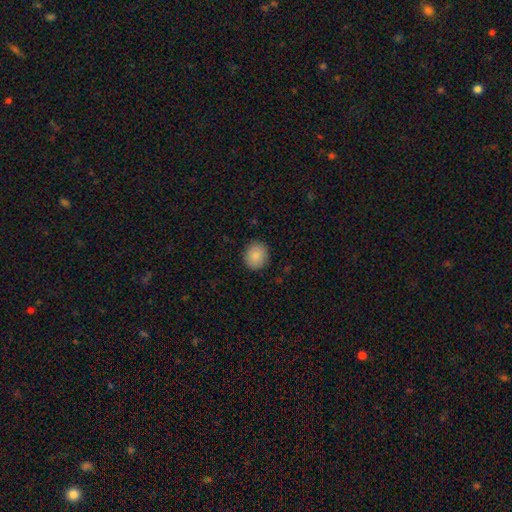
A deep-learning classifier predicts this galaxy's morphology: type=smooth (88%); roundness=round (78%); merging=none (89%).